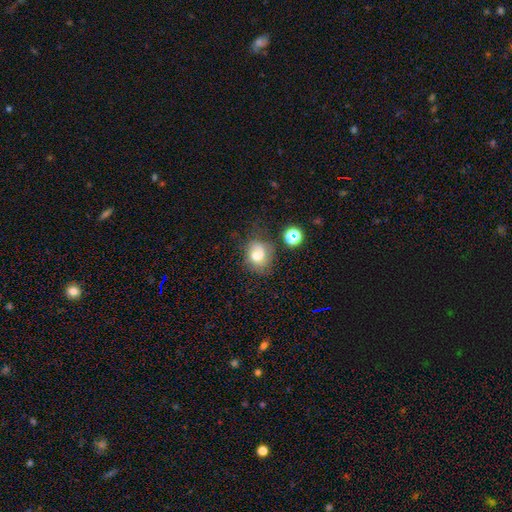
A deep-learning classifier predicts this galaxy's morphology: smooth_or_featured: smooth (p=0.64) [alt: featured or disk p=0.21]
how_rounded: round (p=0.55) [alt: in between p=0.44]
merging: none (p=0.46) [alt: minor disturbance p=0.27]